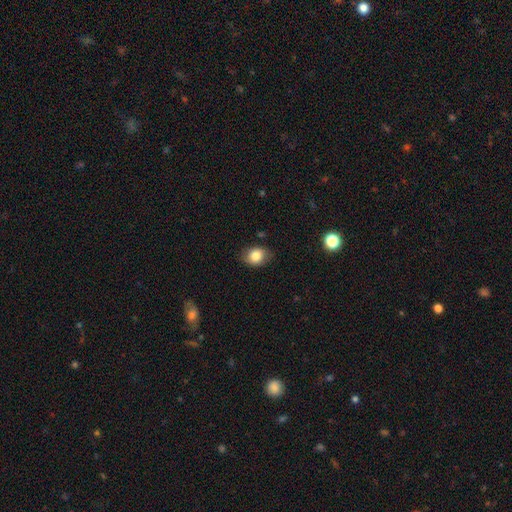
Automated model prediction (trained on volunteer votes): smooth 83%, featured or disk 9%, star or artifact 9%. Down the decision tree: how rounded — in between (62%); merging — none (80%).